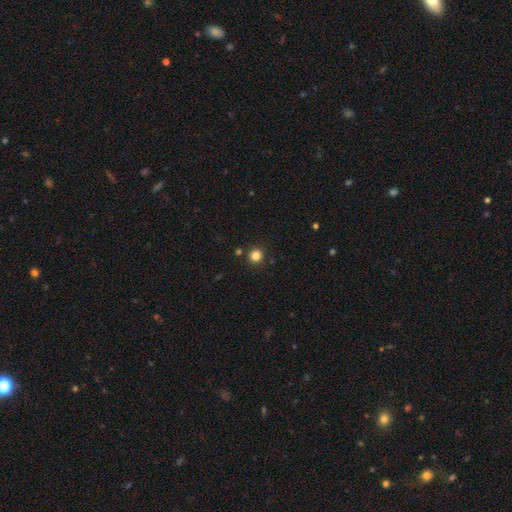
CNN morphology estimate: This is clearly a smooth galaxy (83%). How rounded: clearly round (95%). Merging: clearly none (90%).